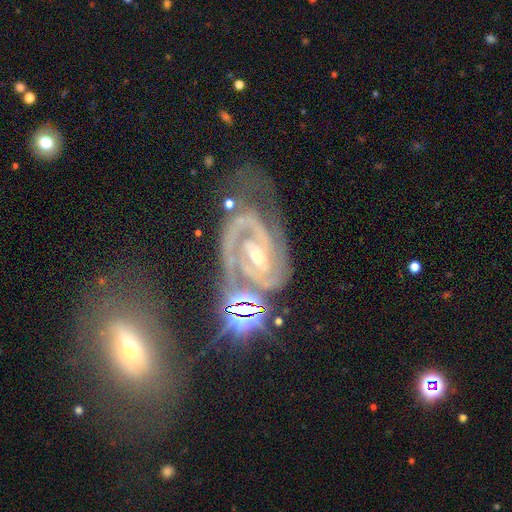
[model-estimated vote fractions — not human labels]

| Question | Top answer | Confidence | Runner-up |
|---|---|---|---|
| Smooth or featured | featured or disk | 89% | star or artifact (8%) |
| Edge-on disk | no | 97% | yes (3%) |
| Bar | weak | 40% | strong (34%) |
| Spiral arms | yes | 98% | no (2%) |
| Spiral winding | tight | 50% | medium (43%) |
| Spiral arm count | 2 | 83% | 3 (6%) |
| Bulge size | small | 58% | moderate (36%) |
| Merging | none | 53% | minor disturbance (22%) |